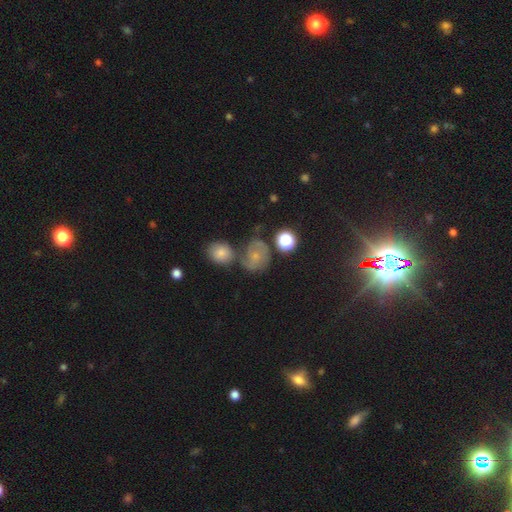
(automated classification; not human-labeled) Smooth or featured: featured or disk — 44% (smooth — 38%)
Merging: none — 45% (merger — 26%)